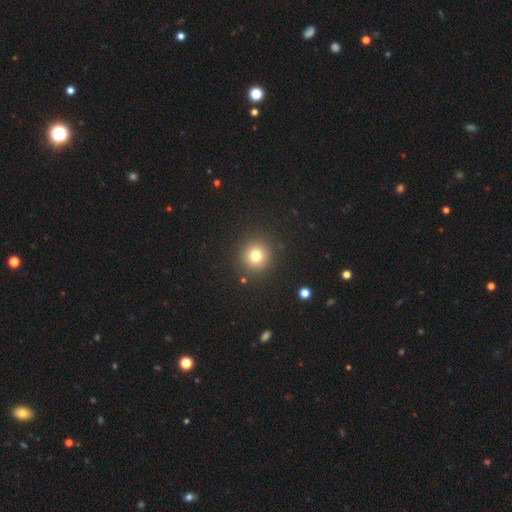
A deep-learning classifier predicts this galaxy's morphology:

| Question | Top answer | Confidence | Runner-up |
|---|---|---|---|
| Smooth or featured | smooth | 77% | star or artifact (14%) |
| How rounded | round | 93% | in between (6%) |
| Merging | none | 90% | minor disturbance (6%) |